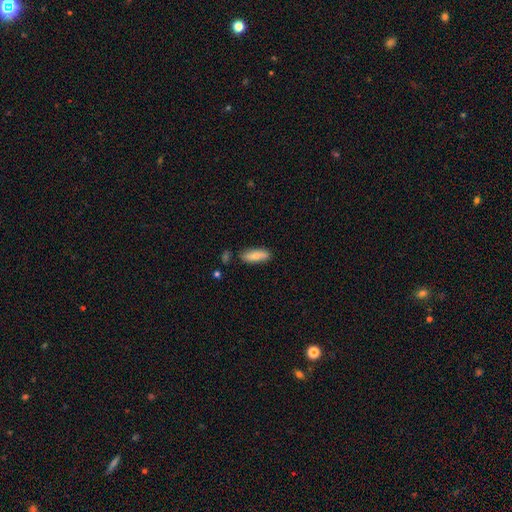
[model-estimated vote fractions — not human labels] smooth_or_featured: smooth (p=0.75) [alt: featured or disk p=0.19]
how_rounded: in between (p=0.63) [alt: cigar-shaped p=0.35]
merging: none (p=0.79) [alt: minor disturbance p=0.14]